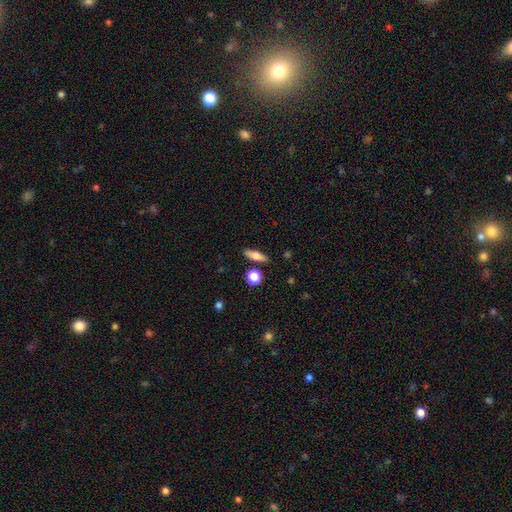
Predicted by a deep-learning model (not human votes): smooth 66%, featured or disk 26%, star or artifact 9%. Down the decision tree: how rounded — in between (47%, tied with cigar-shaped); merging — none (83%).